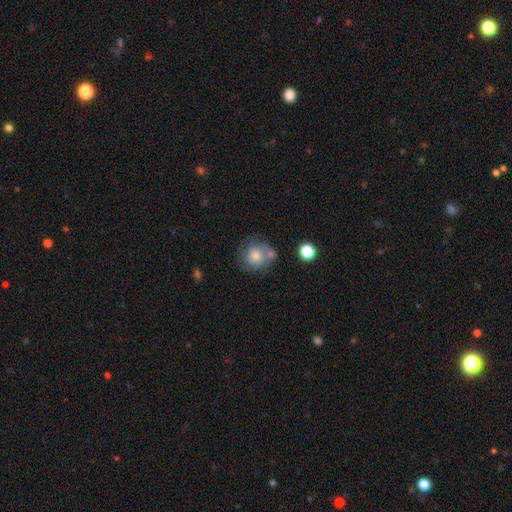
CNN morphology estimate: Q: Smooth or featured?
A: smooth (50%); runner-up: featured or disk (41%)
Q: Merging?
A: none (57%); runner-up: minor disturbance (20%)